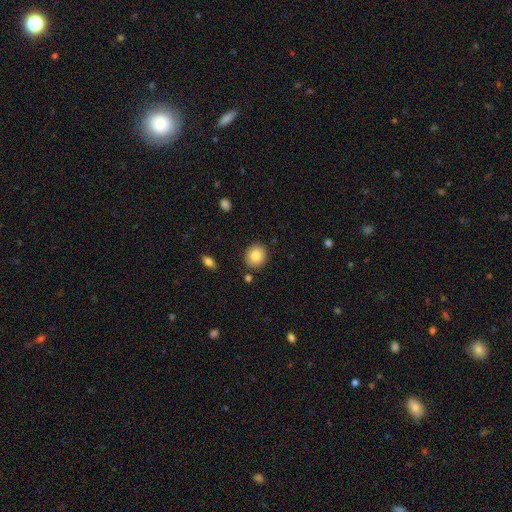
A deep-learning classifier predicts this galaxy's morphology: Smooth or featured? smooth (84%)
How rounded? round (76%)
Merging? none (87%)